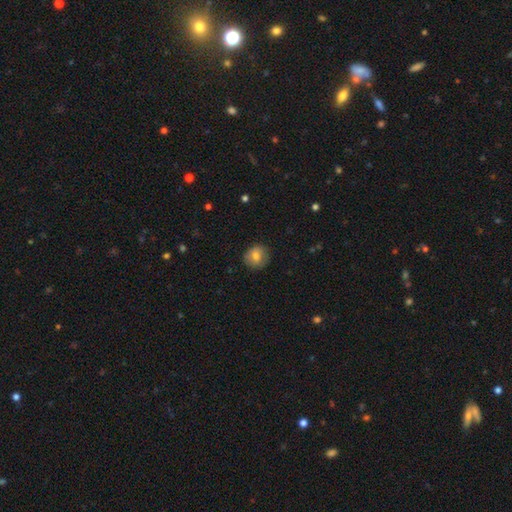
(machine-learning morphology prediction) Overall: smooth (75%). How rounded: round (81%). Merging: none (81%).